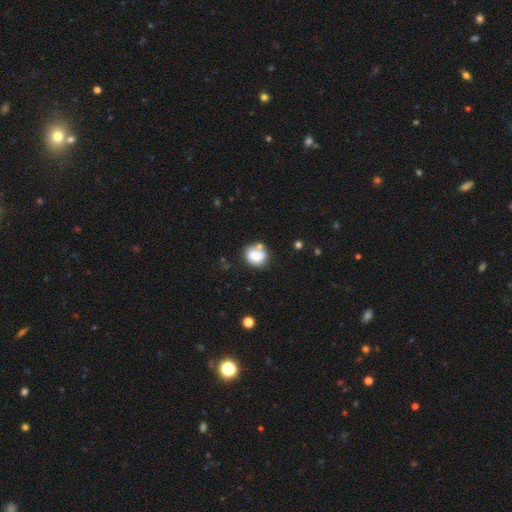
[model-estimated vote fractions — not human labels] Smooth or featured? smooth (77%)
How rounded? round (77%)
Merging? none (57%)